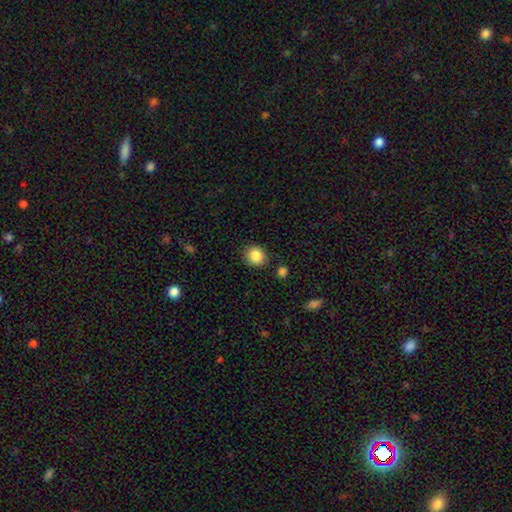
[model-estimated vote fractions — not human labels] This is clearly a smooth galaxy (86%). How rounded: likely round (78%). Merging: clearly none (85%).